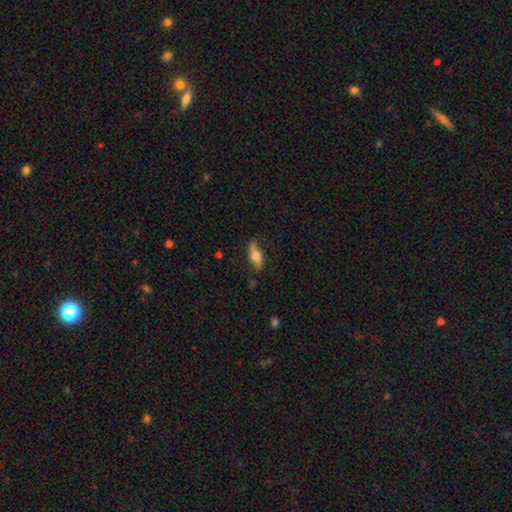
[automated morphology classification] smooth-or-featured: smooth: 55% | featured or disk: 38% | star or artifact: 7%
  how-rounded: in between: 70% | cigar-shaped: 26% | round: 4%
  merging: none: 69% | minor disturbance: 22% | major disturbance: 7% | merger: 2%